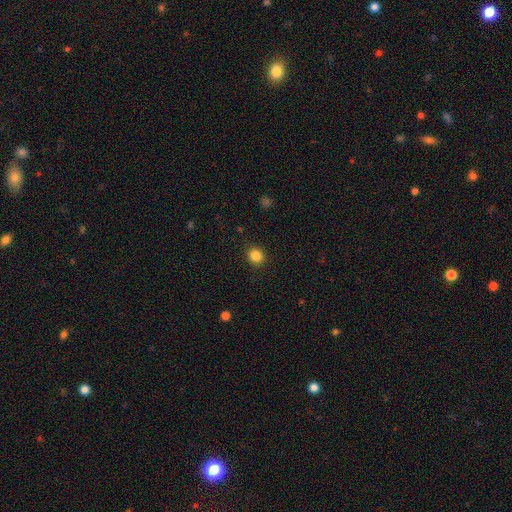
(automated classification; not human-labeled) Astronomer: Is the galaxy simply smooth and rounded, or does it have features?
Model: smooth — 85%.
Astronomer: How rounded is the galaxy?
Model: round — 85%.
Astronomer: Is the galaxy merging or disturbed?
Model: none — 91%.